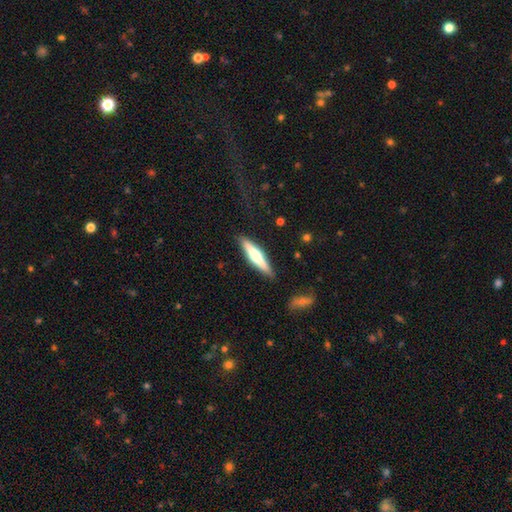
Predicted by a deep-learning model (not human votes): Smooth or featured?
  - featured or disk: 55% *
  - smooth: 40%
  - star or artifact: 5%
Edge-on disk?
  - yes: 96% *
  - no: 4%
Edge-on bulge?
  - rounded: 79% *
  - boxy: 12%
  - none: 9%
Merging?
  - none: 88% *
  - minor disturbance: 9%
  - major disturbance: 2%
  - merger: 1%